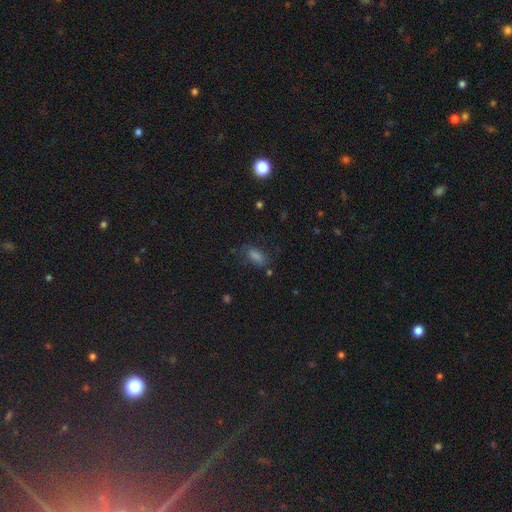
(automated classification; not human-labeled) A smooth galaxy with no disk features (60%) that is in between round and cigar-shaped (77%). Merging: none (67%).